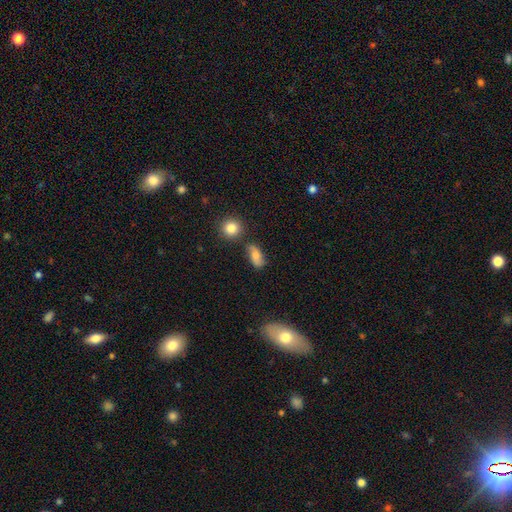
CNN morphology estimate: This is likely a smooth galaxy (69%). How rounded: clearly in between (81%). Merging: likely none (62%).